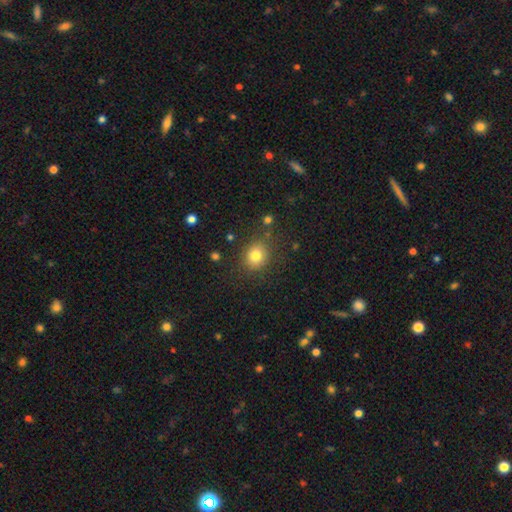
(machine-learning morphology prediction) A smooth galaxy with no disk features (80%) that is round (76%). Merging: none (82%).